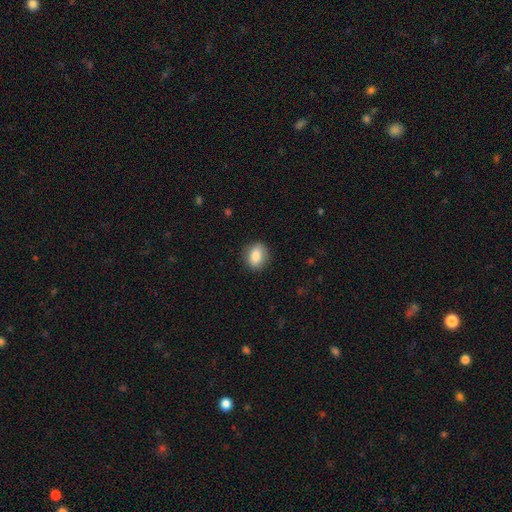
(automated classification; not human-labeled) Q: Smooth or featured?
A: smooth (84%); runner-up: featured or disk (8%)
Q: How rounded?
A: in between (52%); runner-up: round (46%)
Q: Merging?
A: none (86%); runner-up: minor disturbance (11%)